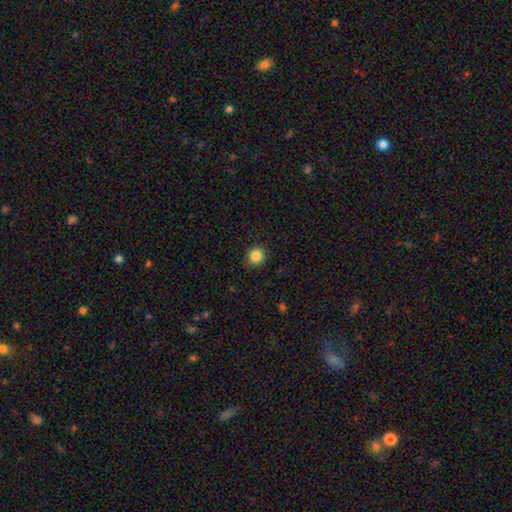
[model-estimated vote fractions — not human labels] Overall: smooth (86%). How rounded: round (93%). Merging: none (90%).